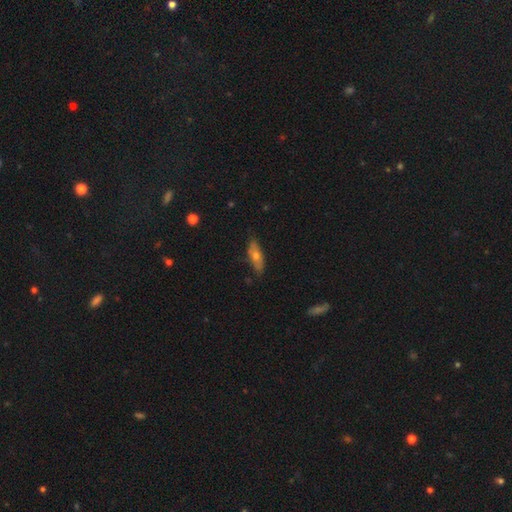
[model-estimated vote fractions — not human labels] The model was most divided on "smooth or featured": smooth: 51%, featured or disk: 41%, star or artifact: 7%. More confident: merging — none (79%); how rounded — in between (59%).